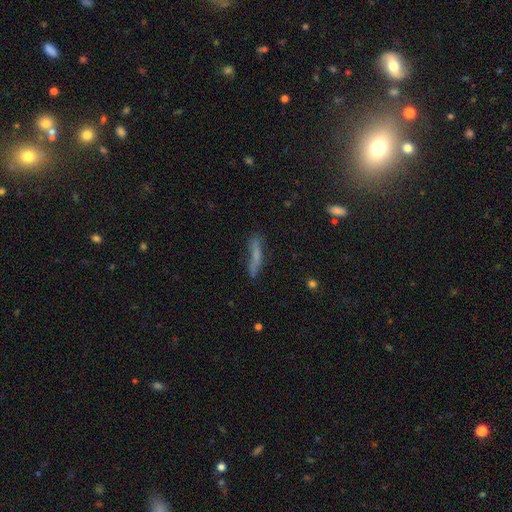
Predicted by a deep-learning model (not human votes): This appears to be a smooth galaxy with no disk features (63%) that is cigar-shaped (90%). Merging: none (62%).